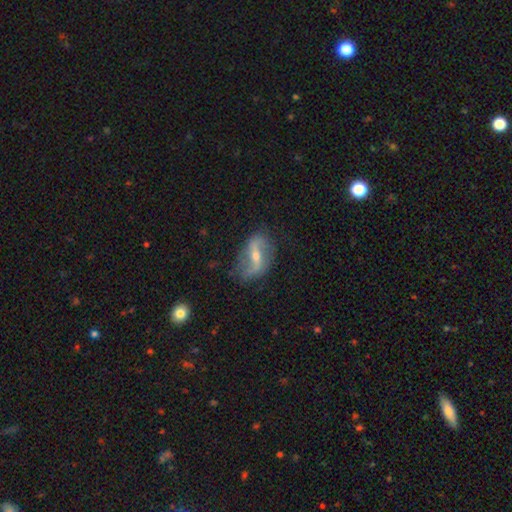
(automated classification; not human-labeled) Smooth or featured?
  - featured or disk: 80% *
  - smooth: 13%
  - star or artifact: 7%
Edge-on disk?
  - no: 92% *
  - yes: 8%
Bar?
  - strong: 51% *
  - weak: 32%
  - no: 17%
Spiral arms?
  - yes: 85% *
  - no: 15%
Spiral winding?
  - loose: 77% *
  - medium: 17%
  - tight: 7%
Spiral arm count?
  - 2: 89% *
  - can't tell: 5%
  - 1: 4%
  - 3: 1%
  - 4: 1%
  - more than 4: 1%
Bulge size?
  - small: 48% *
  - moderate: 47%
  - none: 2%
  - large: 2%
  - dominant: 1%
Merging?
  - none: 73% *
  - minor disturbance: 19%
  - major disturbance: 7%
  - merger: 2%